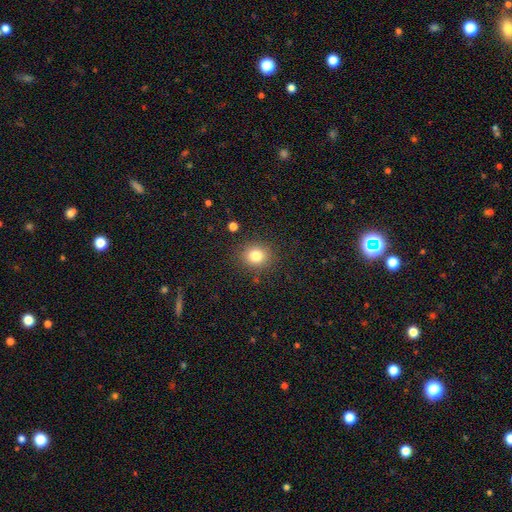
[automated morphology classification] A smooth galaxy with no disk features (81%) that is round (81%). Merging: none (87%).